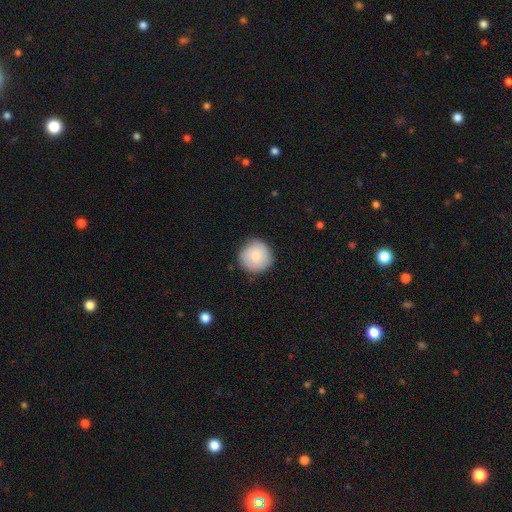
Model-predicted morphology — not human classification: Smooth or featured? smooth (83%)
How rounded? round (95%)
Merging? none (83%)